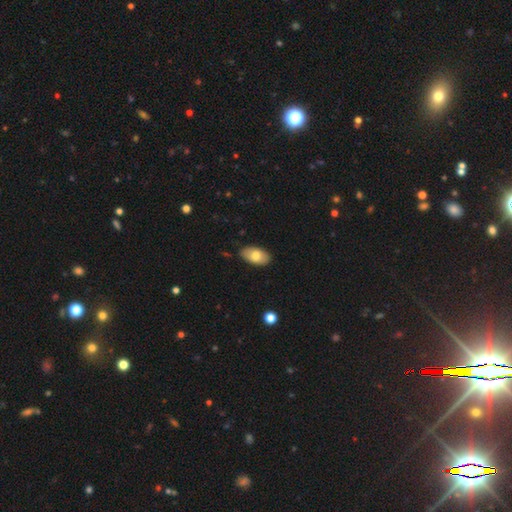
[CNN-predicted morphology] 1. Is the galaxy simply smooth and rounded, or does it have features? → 76% smooth, 18% featured or disk, 6% star or artifact.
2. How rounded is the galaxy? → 94% in between, 4% round, 2% cigar-shaped.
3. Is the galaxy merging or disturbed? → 83% none, 14% minor disturbance, 2% major disturbance, 1% merger.